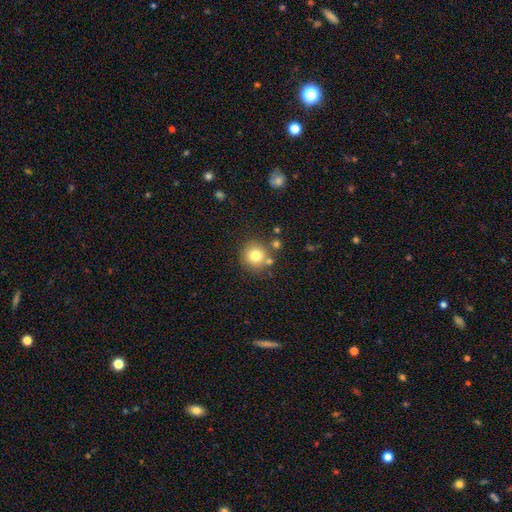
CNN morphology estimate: Smooth or featured? smooth (77%)
How rounded? round (92%)
Merging? none (76%)